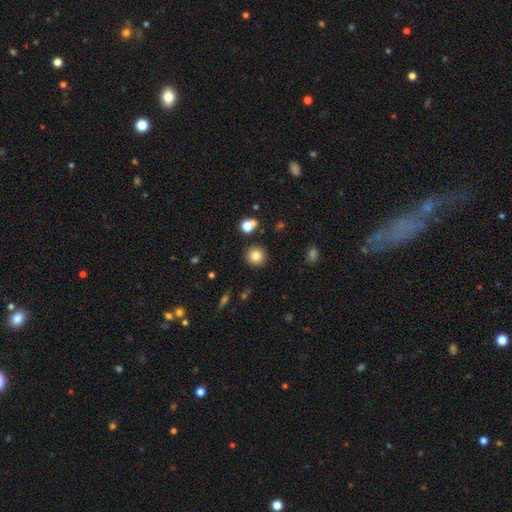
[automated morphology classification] smooth-or-featured: smooth: 81% | star or artifact: 11% | featured or disk: 8%
  how-rounded: round: 93% | in between: 6% | cigar-shaped: 1%
  merging: none: 89% | minor disturbance: 6% | merger: 3% | major disturbance: 2%